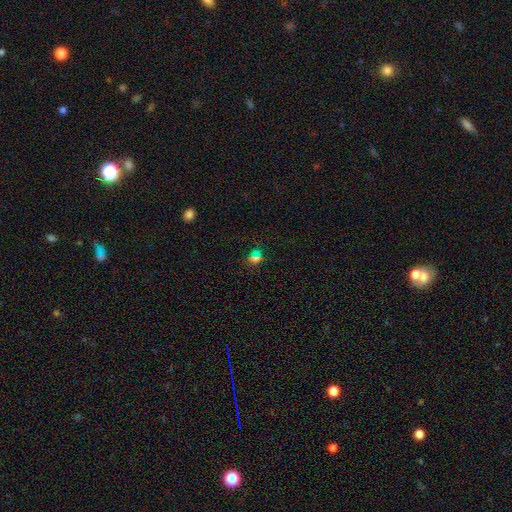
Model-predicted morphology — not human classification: type=smooth (58%); roundness=round (65%); merging=none (70%).